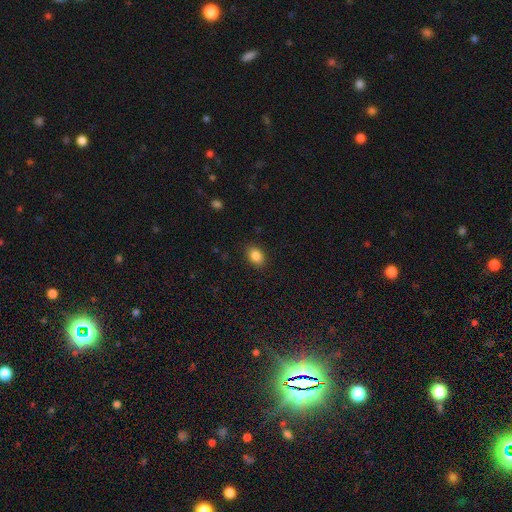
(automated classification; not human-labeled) Morphology: type=smooth (85%); roundness=in between (71%); merging=none (88%).